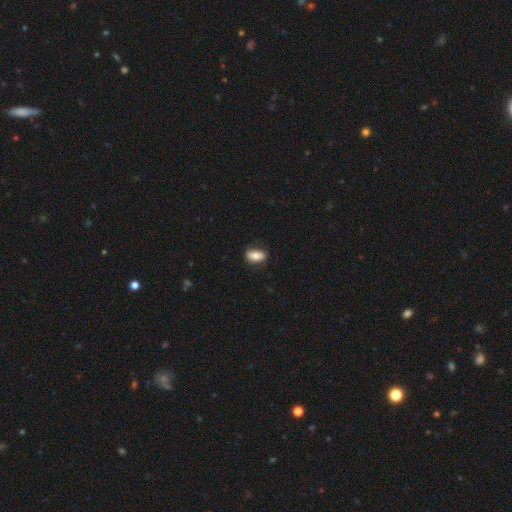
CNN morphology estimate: The model was most divided on "smooth or featured": smooth: 79%, featured or disk: 14%, star or artifact: 7%. More confident: how rounded — in between (88%); merging — none (82%).